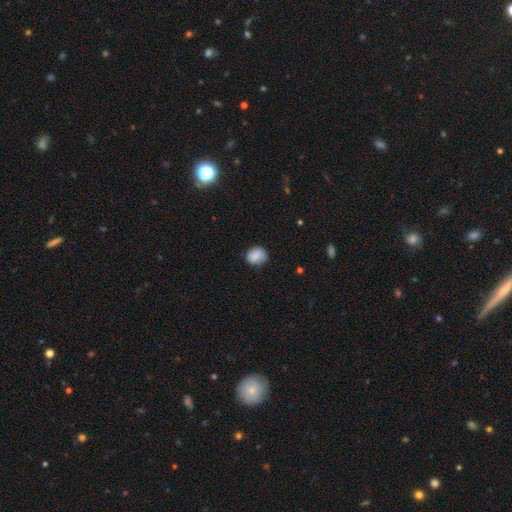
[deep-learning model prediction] Morphology: type=smooth (86%); roundness=round (68%); merging=none (79%).